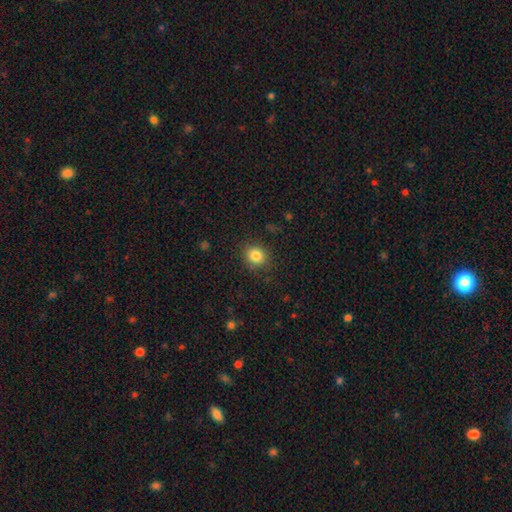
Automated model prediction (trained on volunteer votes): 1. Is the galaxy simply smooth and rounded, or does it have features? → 83% smooth, 11% star or artifact, 6% featured or disk.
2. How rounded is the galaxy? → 83% round, 16% in between, 1% cigar-shaped.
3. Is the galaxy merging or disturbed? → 87% none, 9% minor disturbance, 3% major disturbance, 1% merger.